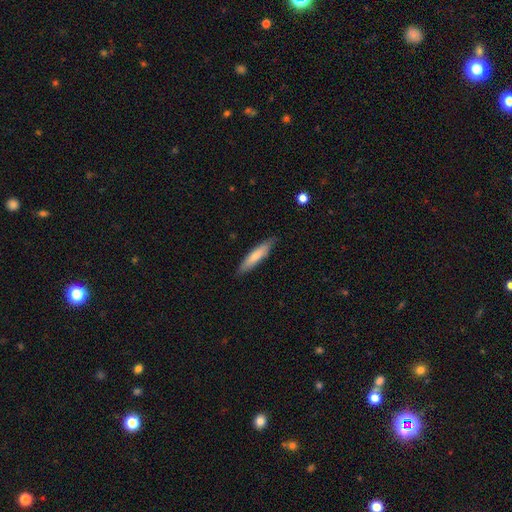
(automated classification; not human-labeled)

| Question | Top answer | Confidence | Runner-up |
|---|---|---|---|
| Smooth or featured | smooth | 77% | featured or disk (18%) |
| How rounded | cigar-shaped | 84% | in between (14%) |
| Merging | none | 86% | minor disturbance (11%) |